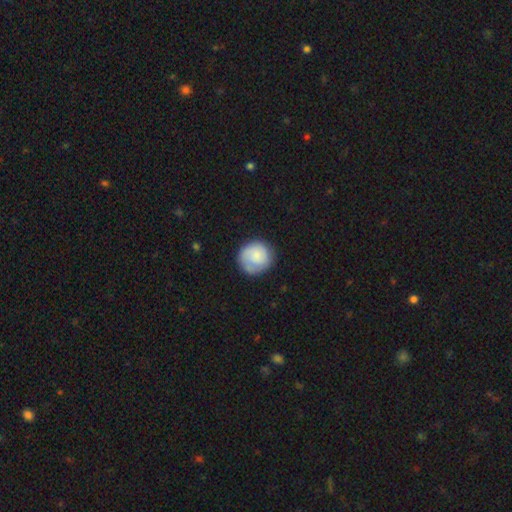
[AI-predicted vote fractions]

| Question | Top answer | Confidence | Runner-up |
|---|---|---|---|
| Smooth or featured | smooth | 73% | featured or disk (21%) |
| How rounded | round | 90% | in between (9%) |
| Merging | none | 75% | minor disturbance (18%) |